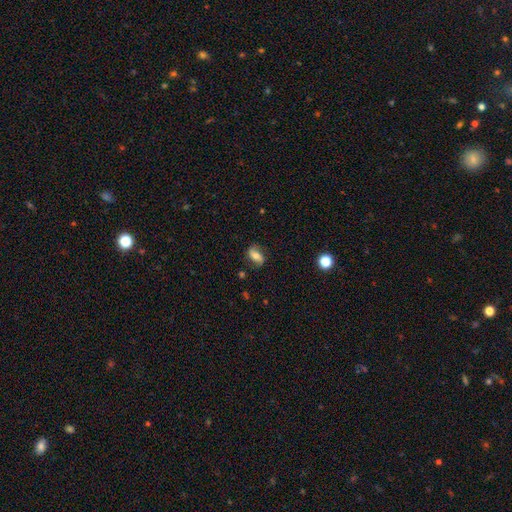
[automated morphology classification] This appears to be a featured or disk galaxy (46%). Merging: none (76%).